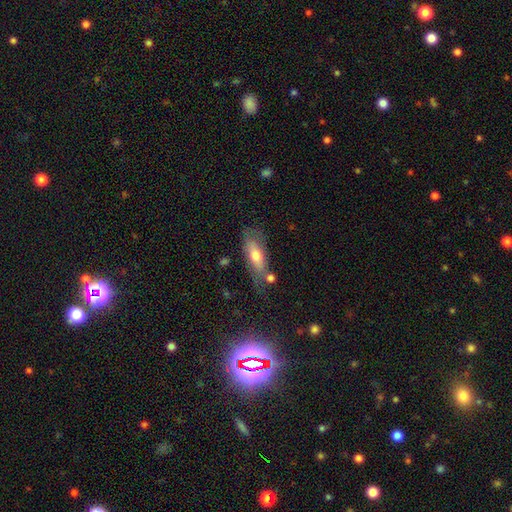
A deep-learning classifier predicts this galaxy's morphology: type=smooth (63%); roundness=in between (64%); merging=none (56%).